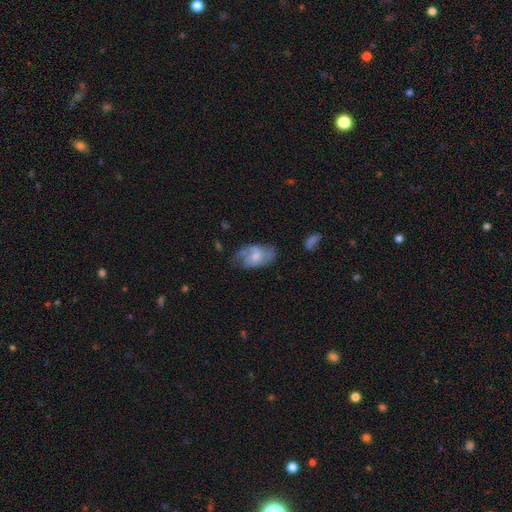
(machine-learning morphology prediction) Smooth or featured: featured or disk — 61% (smooth — 32%)
Edge-on disk: no — 95% (yes — 5%)
Bar: no — 60% (weak — 35%)
Spiral arms: yes — 82% (no — 18%)
Bulge size: moderate — 46% (small — 37%)
Merging: none — 52% (minor disturbance — 27%)